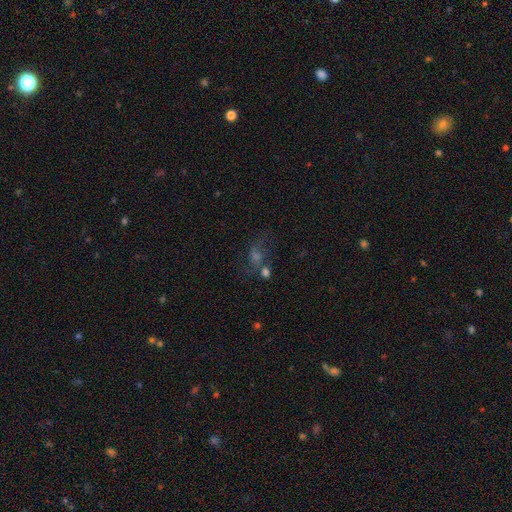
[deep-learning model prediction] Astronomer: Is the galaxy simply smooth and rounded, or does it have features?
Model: smooth — 35% (runner-up: star or artifact, 33%).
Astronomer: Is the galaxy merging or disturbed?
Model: none — 47% (runner-up: merger, 22%).